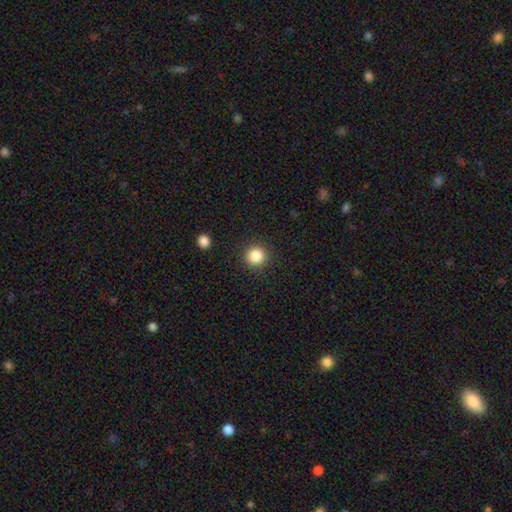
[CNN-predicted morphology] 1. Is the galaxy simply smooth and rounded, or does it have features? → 85% smooth, 10% star or artifact, 4% featured or disk.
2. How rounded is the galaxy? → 93% round, 6% in between, 1% cigar-shaped.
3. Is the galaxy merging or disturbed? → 90% none, 6% minor disturbance, 2% major disturbance, 1% merger.